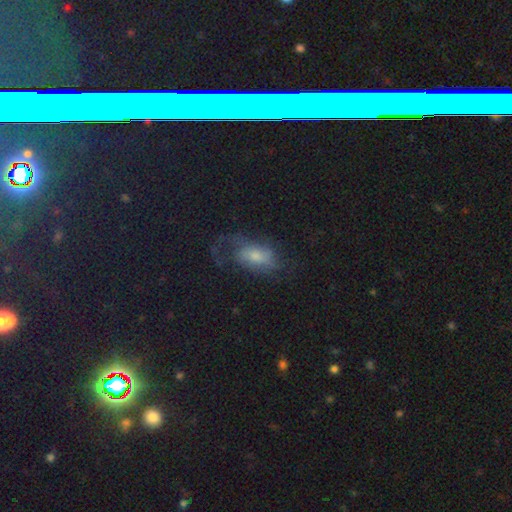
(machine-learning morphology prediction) Smooth or featured? featured or disk (47%)
Merging? none (47%)